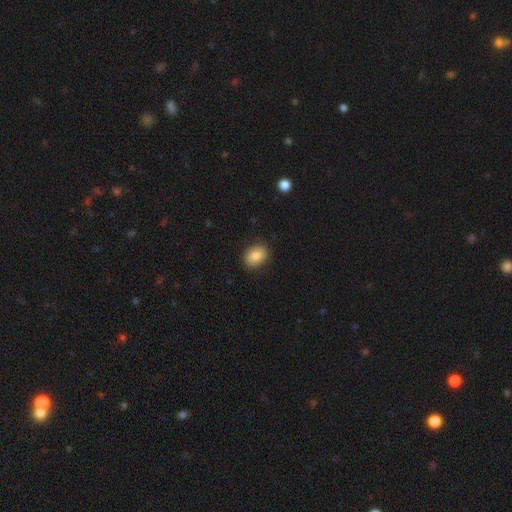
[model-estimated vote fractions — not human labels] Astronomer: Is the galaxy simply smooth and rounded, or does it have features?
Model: smooth — 83%.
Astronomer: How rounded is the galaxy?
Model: in between — 56% (runner-up: round, 43%).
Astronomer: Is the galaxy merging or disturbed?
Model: none — 87%.